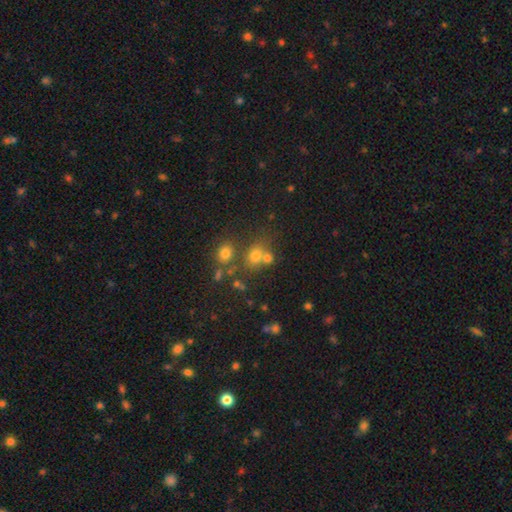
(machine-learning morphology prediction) smooth-or-featured: smooth: 64% | star or artifact: 23% | featured or disk: 13%
  how-rounded: round: 71% | in between: 28% | cigar-shaped: 1%
  merging: none: 50% | merger: 35% | minor disturbance: 10% | major disturbance: 5%